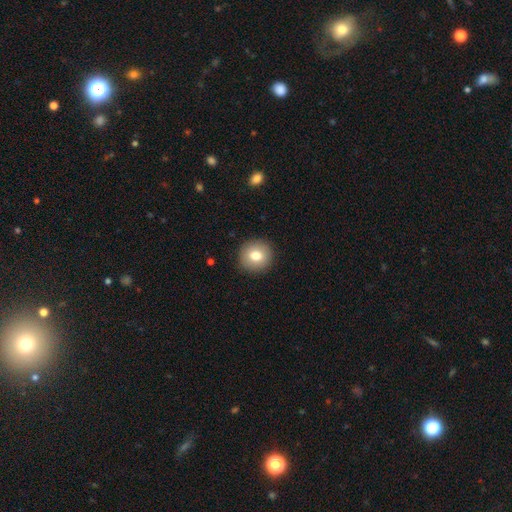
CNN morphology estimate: Smooth or featured? smooth (79%)
How rounded? round (91%)
Merging? none (91%)